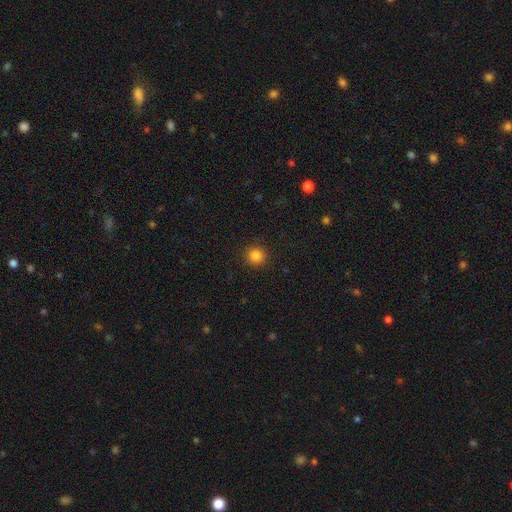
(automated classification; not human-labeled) Morphology: type=smooth (84%); roundness=round (94%); merging=none (92%).